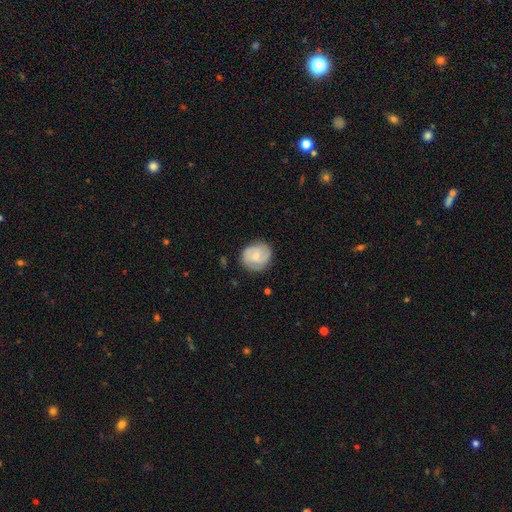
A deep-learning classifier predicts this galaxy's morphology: Smooth or featured?
  - featured or disk: 50% *
  - smooth: 44%
  - star or artifact: 6%
Merging?
  - none: 77% *
  - minor disturbance: 17%
  - major disturbance: 4%
  - merger: 1%